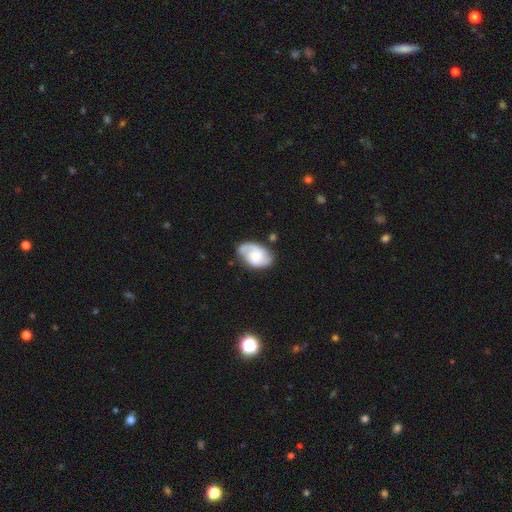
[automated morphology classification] Smooth or featured: featured or disk — 66% (smooth — 28%)
Edge-on disk: no — 97% (yes — 3%)
Bar: no — 62% (weak — 33%)
Spiral arms: yes — 92% (no — 8%)
Spiral winding: medium — 43% (tight — 35%)
Spiral arm count: 2 — 66% (1 — 16%)
Bulge size: small — 38% (moderate — 37%)
Merging: none — 63% (minor disturbance — 25%)